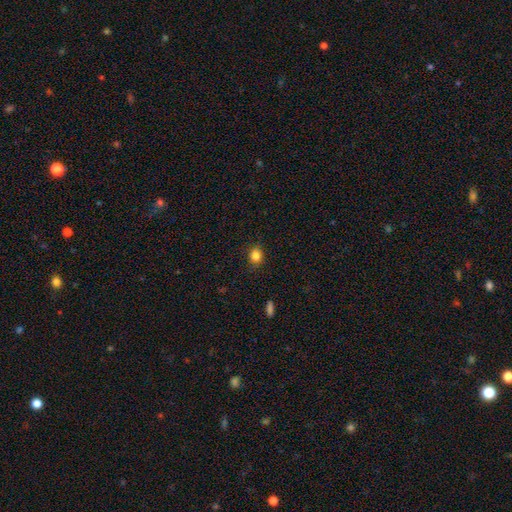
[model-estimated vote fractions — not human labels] A smooth galaxy with no disk features (84%) that is round (70%). Merging: none (84%).